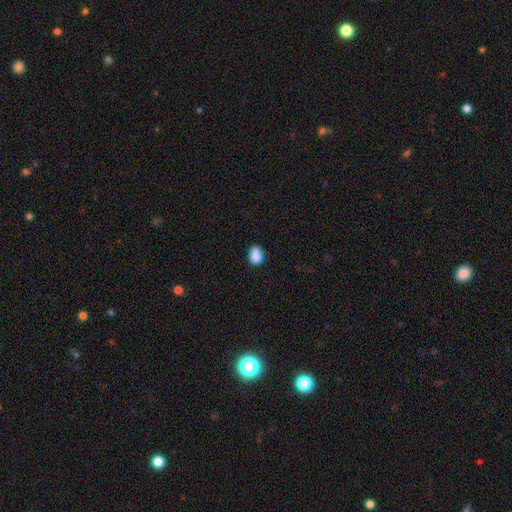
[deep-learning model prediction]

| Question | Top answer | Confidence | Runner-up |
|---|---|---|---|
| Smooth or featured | smooth | 87% | star or artifact (9%) |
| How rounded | in between | 67% | round (31%) |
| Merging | none | 78% | minor disturbance (17%) |